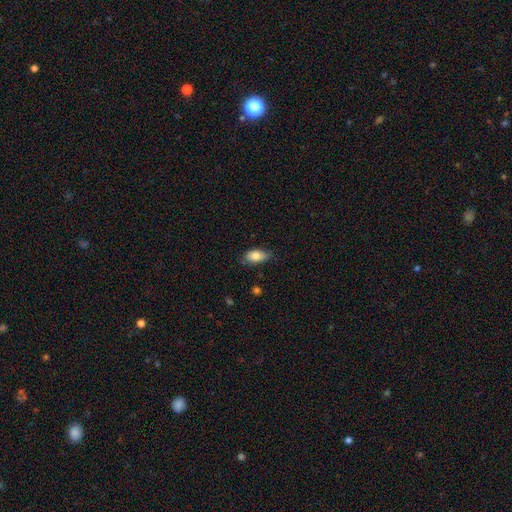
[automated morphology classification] Overall: smooth (78%). How rounded: in between (90%). Merging: none (71%).